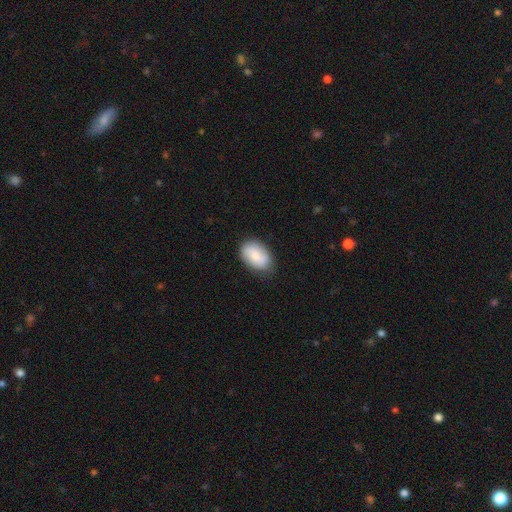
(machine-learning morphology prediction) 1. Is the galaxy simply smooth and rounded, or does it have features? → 71% smooth, 23% featured or disk, 7% star or artifact.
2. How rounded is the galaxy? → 86% in between, 13% round, 1% cigar-shaped.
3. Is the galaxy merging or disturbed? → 79% none, 16% minor disturbance, 3% major disturbance, 1% merger.